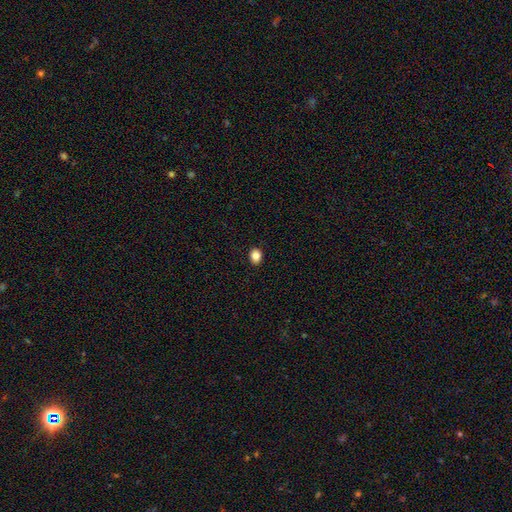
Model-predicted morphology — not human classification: Q: Smooth or featured?
A: smooth (85%); runner-up: star or artifact (10%)
Q: How rounded?
A: in between (50%); runner-up: round (49%)
Q: Merging?
A: none (91%); runner-up: minor disturbance (6%)